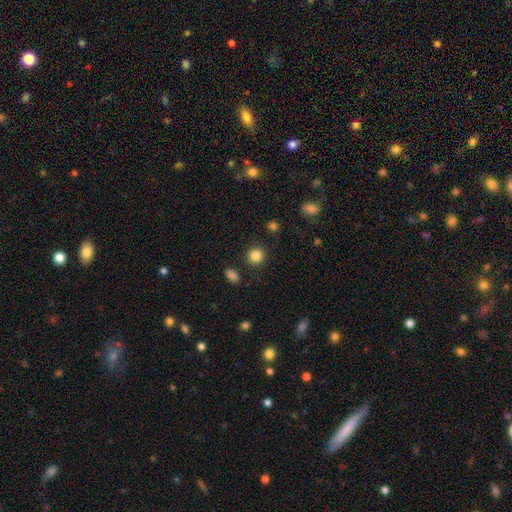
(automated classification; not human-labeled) Overall: smooth (85%). How rounded: round (92%). Merging: none (89%).